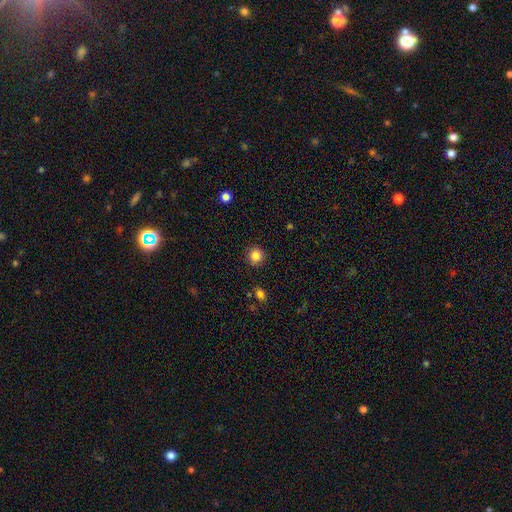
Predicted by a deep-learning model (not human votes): smooth_or_featured: smooth (p=0.85) [alt: star or artifact p=0.10]
how_rounded: round (p=0.92) [alt: in between p=0.07]
merging: none (p=0.91) [alt: minor disturbance p=0.06]